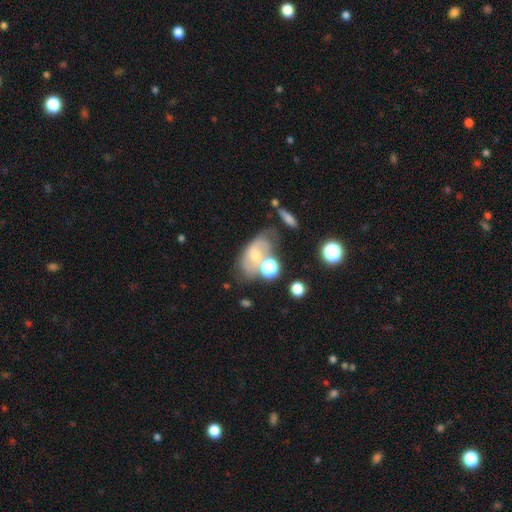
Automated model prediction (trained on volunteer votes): Morphology: type=featured or disk (47%); merging=none (38%).